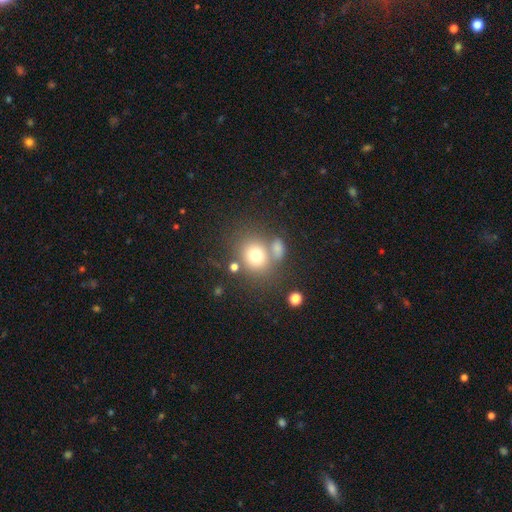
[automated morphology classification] smooth-or-featured: smooth: 73% | featured or disk: 14% | star or artifact: 14%
  how-rounded: round: 71% | in between: 28% | cigar-shaped: 1%
  merging: none: 58% | merger: 24% | minor disturbance: 12% | major disturbance: 6%